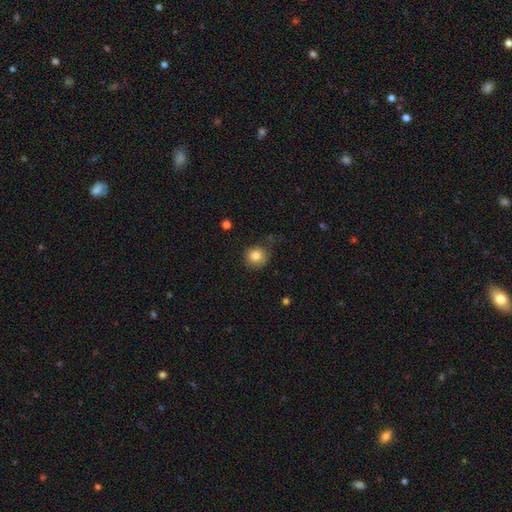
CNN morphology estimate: Q: Smooth or featured?
A: smooth (82%); runner-up: star or artifact (10%)
Q: How rounded?
A: round (90%); runner-up: in between (9%)
Q: Merging?
A: none (73%); runner-up: minor disturbance (19%)